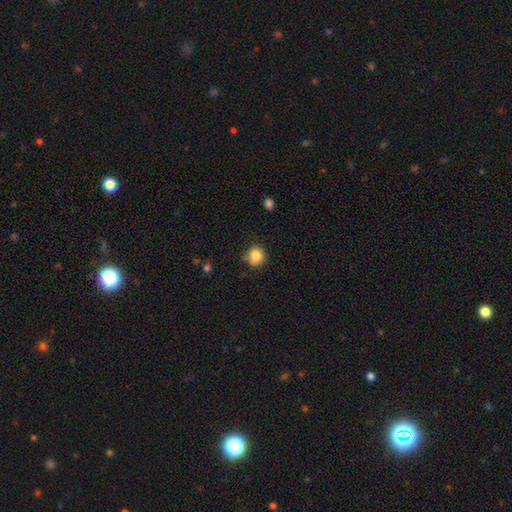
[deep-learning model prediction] Morphology: type=smooth (83%); roundness=round (88%); merging=none (72%).